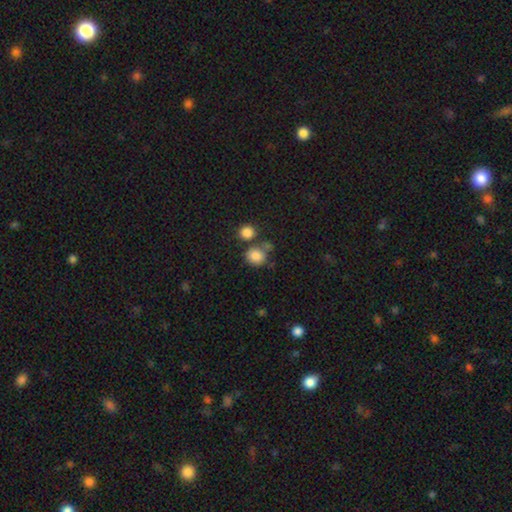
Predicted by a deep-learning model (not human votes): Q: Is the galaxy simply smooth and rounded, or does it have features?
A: smooth — 85%.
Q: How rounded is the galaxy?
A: round — 78%.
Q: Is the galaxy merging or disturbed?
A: none — 60%.